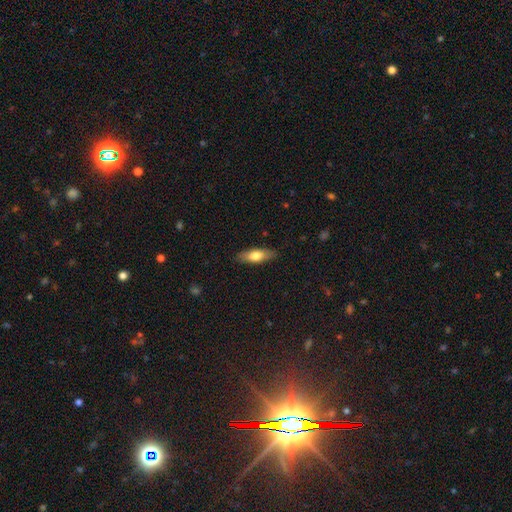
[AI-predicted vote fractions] Smooth or featured? Predicted: smooth (p=0.69). How rounded? Predicted: in between (p=0.55). Merging? Predicted: none (p=0.86).